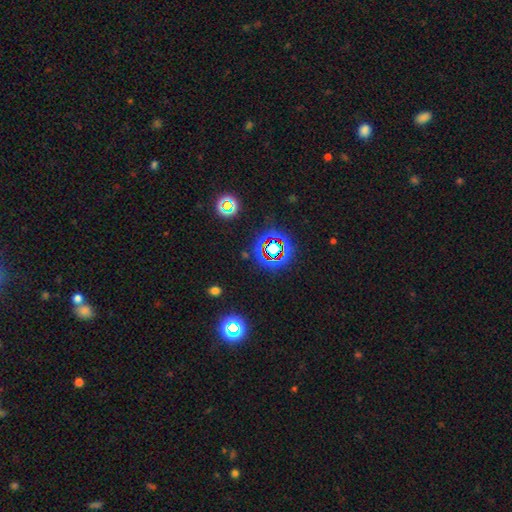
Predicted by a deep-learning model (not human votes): This appears to be a star or artifact, not a galaxy (47%).